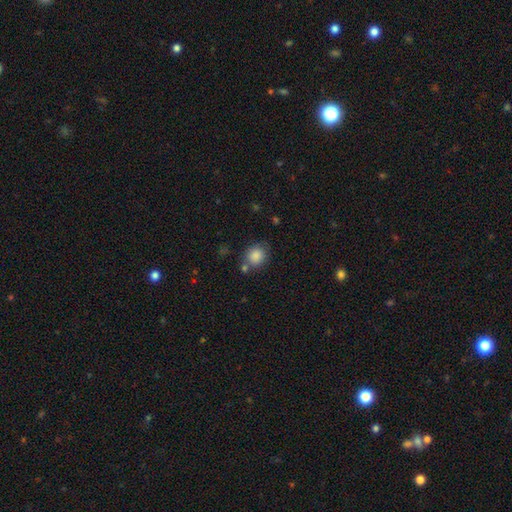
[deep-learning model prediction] Morphology: type=smooth (85%); roundness=round (75%); merging=none (65%).